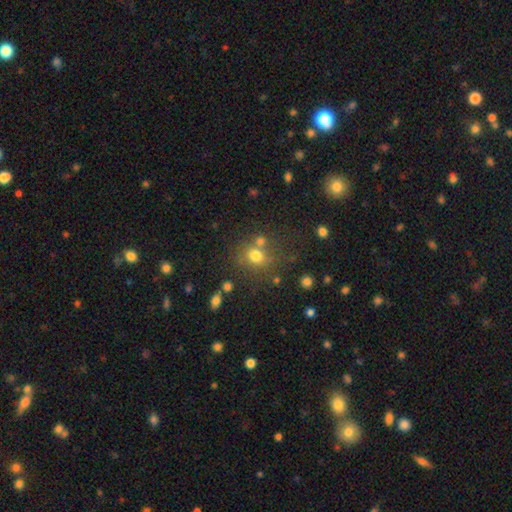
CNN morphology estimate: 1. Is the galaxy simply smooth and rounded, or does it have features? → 73% smooth, 16% star or artifact, 11% featured or disk.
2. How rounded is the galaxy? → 75% round, 24% in between, 1% cigar-shaped.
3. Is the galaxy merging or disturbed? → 62% none, 18% merger, 13% minor disturbance, 6% major disturbance.